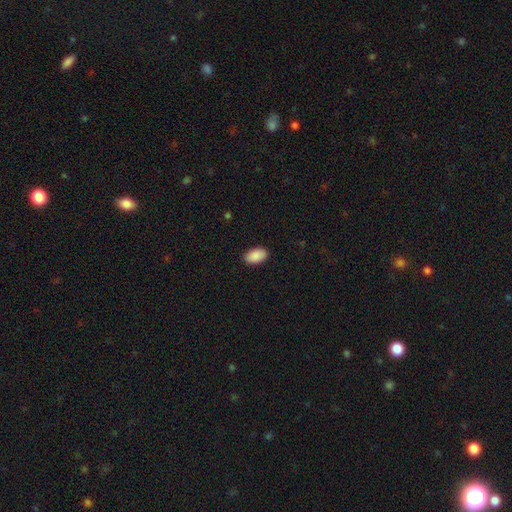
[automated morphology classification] Overall: smooth (91%). How rounded: in between (95%). Merging: none (90%).